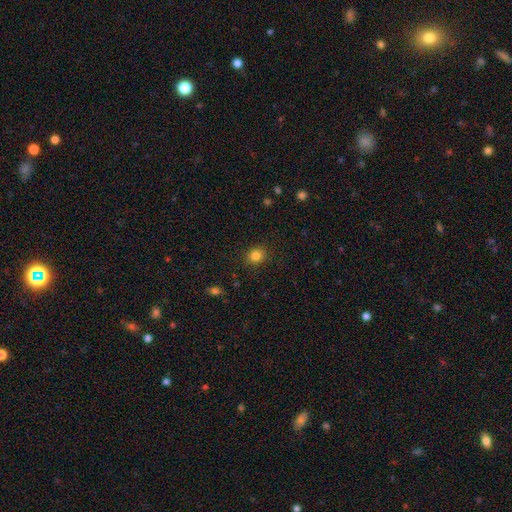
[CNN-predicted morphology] Smooth or featured: smooth — 83% (star or artifact — 12%)
How rounded: round — 78% (in between — 21%)
Merging: none — 89% (minor disturbance — 7%)